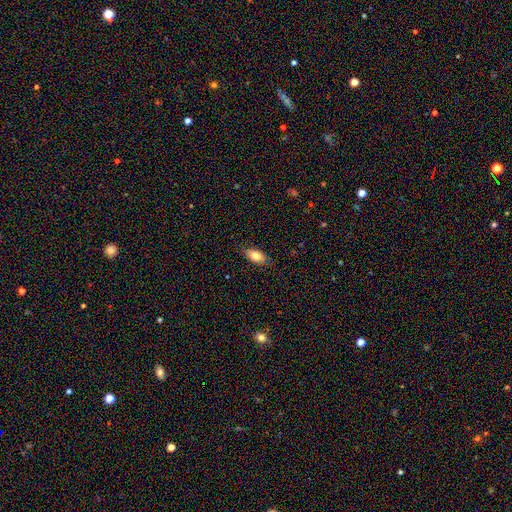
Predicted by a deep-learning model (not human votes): Smooth or featured: smooth — 81% (featured or disk — 12%)
How rounded: in between — 90% (cigar-shaped — 7%)
Merging: none — 85% (minor disturbance — 12%)